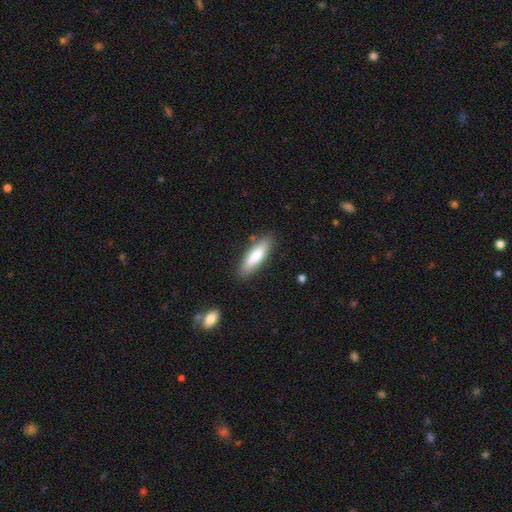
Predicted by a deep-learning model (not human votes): Smooth or featured? smooth (75%)
How rounded? cigar-shaped (57%)
Merging? none (85%)